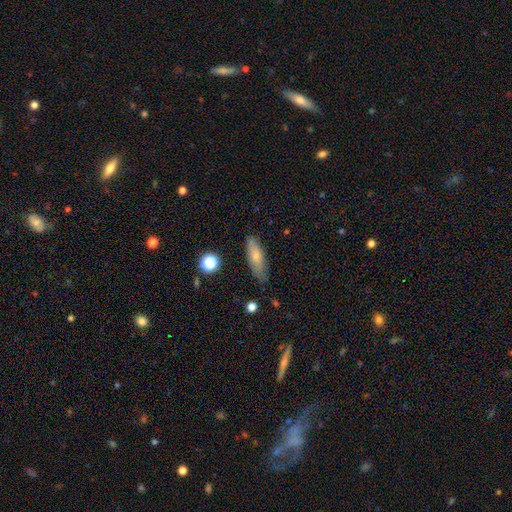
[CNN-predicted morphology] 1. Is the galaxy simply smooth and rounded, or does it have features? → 71% smooth, 22% featured or disk, 8% star or artifact.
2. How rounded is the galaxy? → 54% in between, 44% cigar-shaped, 3% round.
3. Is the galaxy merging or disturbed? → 73% none, 21% minor disturbance, 4% major disturbance, 2% merger.